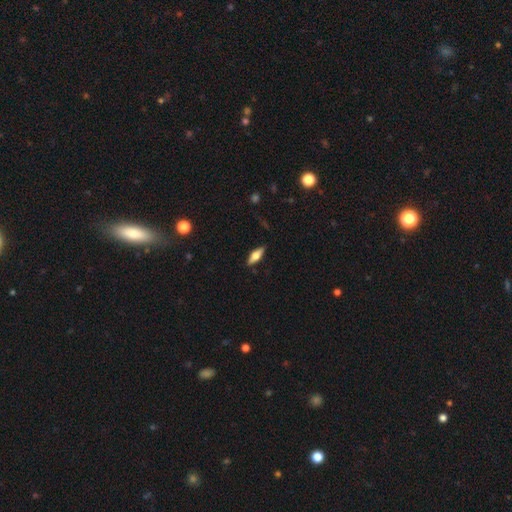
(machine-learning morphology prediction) Smooth or featured?
  - smooth: 50% *
  - featured or disk: 43%
  - star or artifact: 7%
How rounded?
  - in between: 58% *
  - cigar-shaped: 39%
  - round: 3%
Merging?
  - none: 87% *
  - minor disturbance: 10%
  - major disturbance: 2%
  - merger: 1%